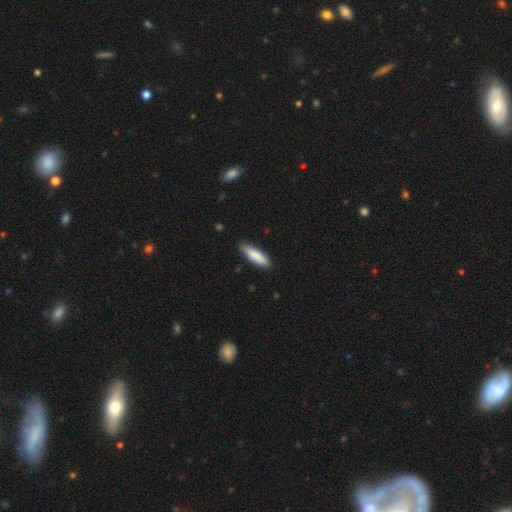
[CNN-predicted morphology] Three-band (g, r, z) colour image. It shows a smooth galaxy with no disk features (84%) that is cigar-shaped (60%). Merging: none (85%).